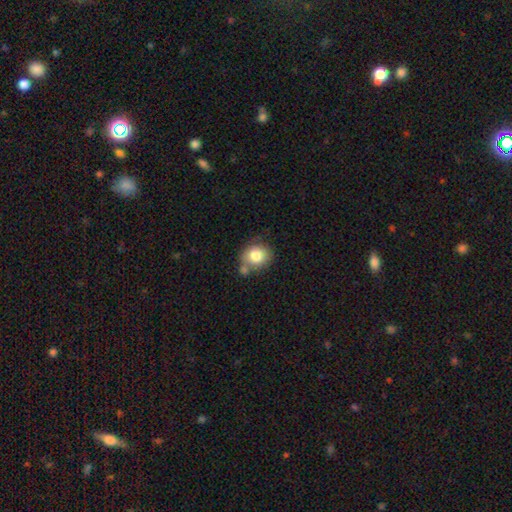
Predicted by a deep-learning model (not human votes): This is likely a smooth galaxy (79%). How rounded: likely round (73%). Merging: possibly none (56%).